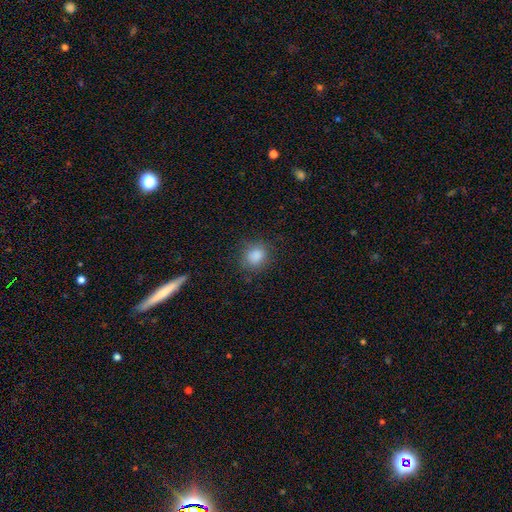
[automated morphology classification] A smooth galaxy with no disk features (86%) that is round (72%). Merging: none (81%).